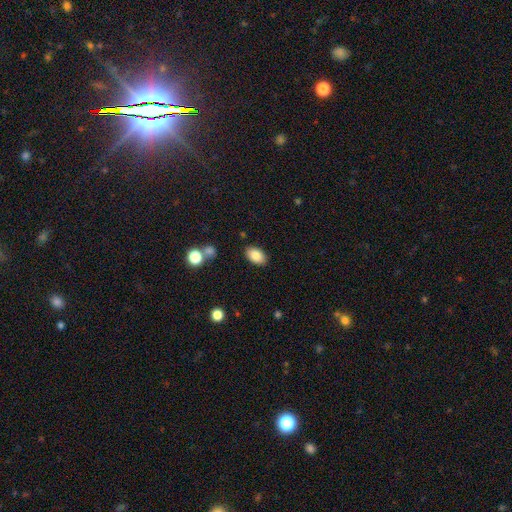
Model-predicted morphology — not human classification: Smooth or featured? Predicted: smooth (p=0.84). How rounded? Predicted: in between (p=0.91). Merging? Predicted: none (p=0.86).